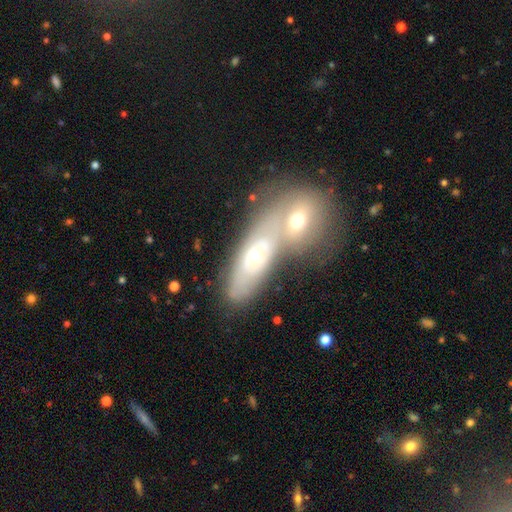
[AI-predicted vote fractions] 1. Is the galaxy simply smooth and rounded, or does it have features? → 48% featured or disk, 43% smooth, 9% star or artifact.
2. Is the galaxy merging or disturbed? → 57% merger, 31% none, 8% minor disturbance, 3% major disturbance.